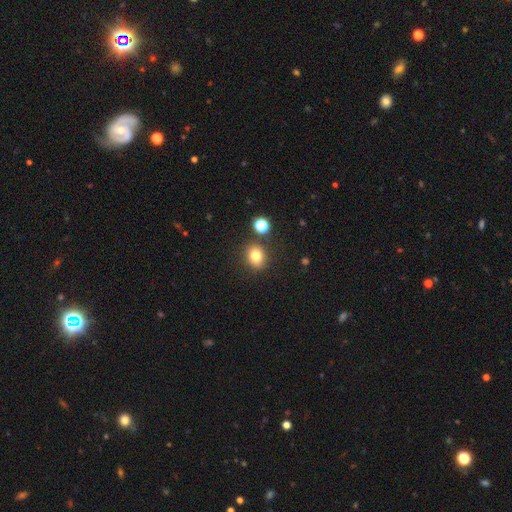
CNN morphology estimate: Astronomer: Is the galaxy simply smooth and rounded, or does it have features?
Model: smooth — 79%.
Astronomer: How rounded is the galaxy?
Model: round — 69%.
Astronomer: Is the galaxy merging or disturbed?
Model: none — 83%.